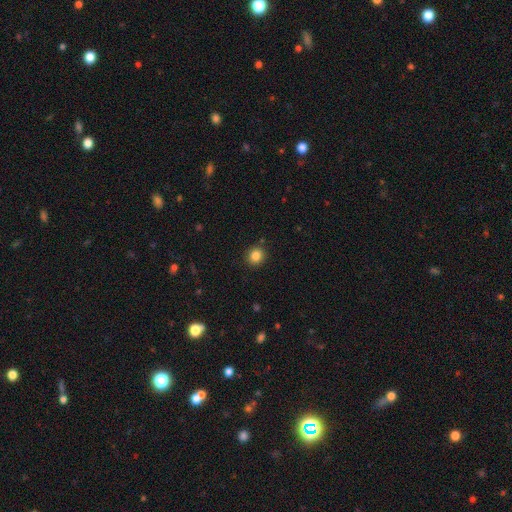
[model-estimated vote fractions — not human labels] smooth-or-featured: smooth: 84% | star or artifact: 11% | featured or disk: 5%
  how-rounded: round: 87% | in between: 12% | cigar-shaped: 1%
  merging: none: 90% | minor disturbance: 6% | major disturbance: 2% | merger: 2%